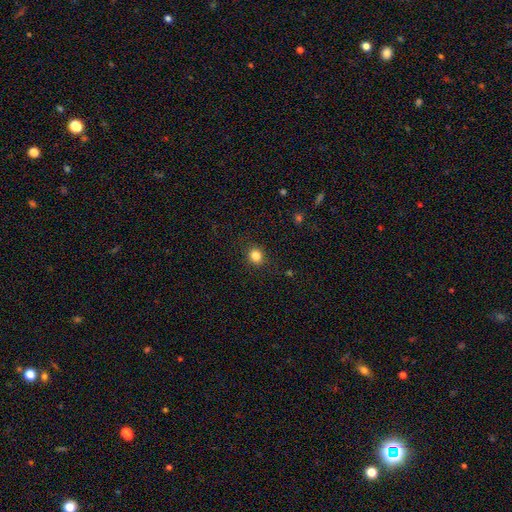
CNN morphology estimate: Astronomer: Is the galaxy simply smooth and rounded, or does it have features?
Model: smooth — 84%.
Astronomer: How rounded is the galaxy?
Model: round — 74%.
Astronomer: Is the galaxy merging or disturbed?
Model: none — 88%.